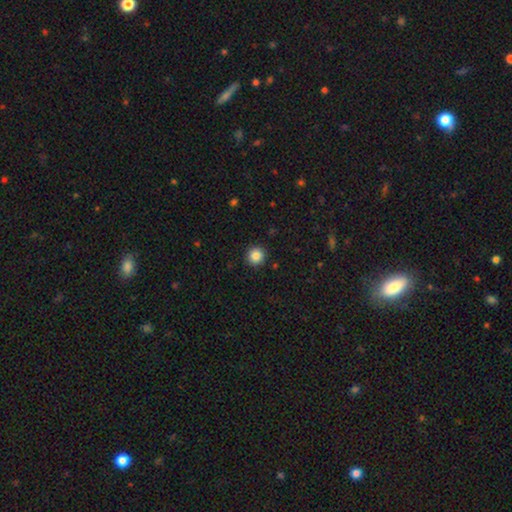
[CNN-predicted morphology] A smooth galaxy with no disk features (86%) that is round (95%).

Vote fractions:
- Smooth or featured? smooth: 86% / star or artifact: 10% / featured or disk: 4%
- How rounded? round: 95% / in between: 4% / cigar-shaped: 1%
- Merging? none: 92% / minor disturbance: 5% / major disturbance: 2% / merger: 1%